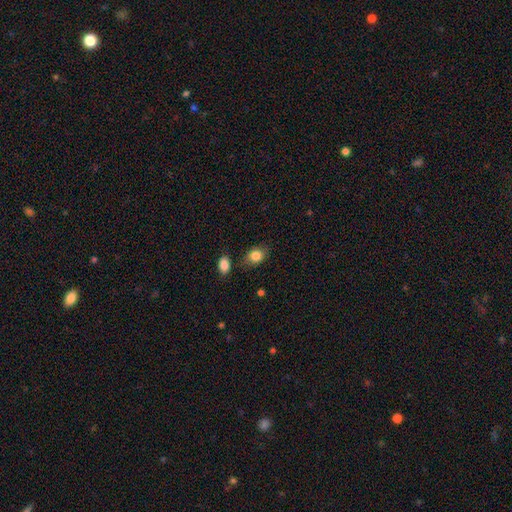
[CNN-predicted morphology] smooth_or_featured: smooth (p=0.83) [alt: featured or disk p=0.09]
how_rounded: in between (p=0.68) [alt: round p=0.31]
merging: none (p=0.74) [alt: minor disturbance p=0.17]